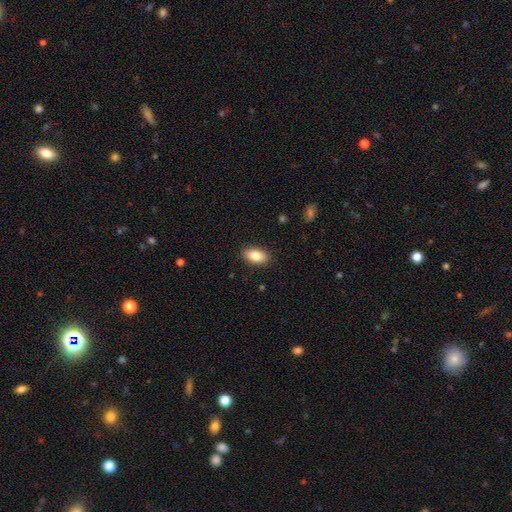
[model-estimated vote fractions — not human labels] Smooth or featured?
  - smooth: 84% *
  - featured or disk: 9%
  - star or artifact: 7%
How rounded?
  - in between: 90% *
  - round: 5%
  - cigar-shaped: 5%
Merging?
  - none: 89% *
  - minor disturbance: 8%
  - major disturbance: 2%
  - merger: 1%